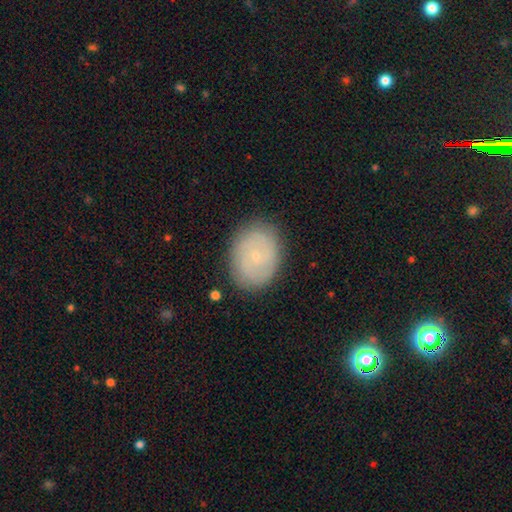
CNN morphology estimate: Smooth or featured?
  - featured or disk: 54% *
  - smooth: 37%
  - star or artifact: 9%
Edge-on disk?
  - no: 96% *
  - yes: 4%
Bar?
  - no: 81% *
  - weak: 16%
  - strong: 3%
Spiral arms?
  - yes: 71% *
  - no: 29%
Bulge size?
  - small: 83% *
  - moderate: 13%
  - none: 2%
  - large: 1%
  - dominant: 1%
Merging?
  - none: 85% *
  - minor disturbance: 11%
  - major disturbance: 3%
  - merger: 1%